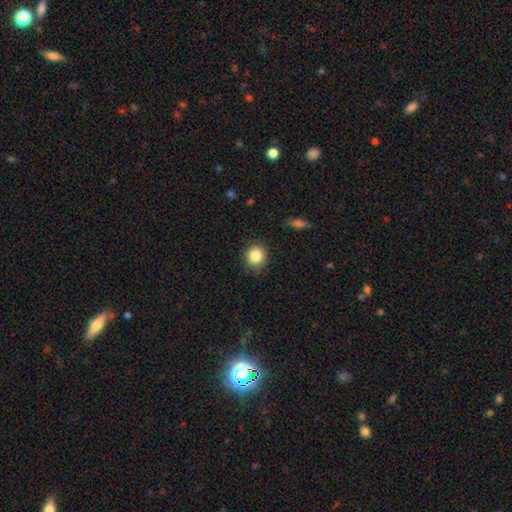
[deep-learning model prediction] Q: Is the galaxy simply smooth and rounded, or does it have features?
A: smooth — 84%.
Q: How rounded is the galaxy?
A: round — 83%.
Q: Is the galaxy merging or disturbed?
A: none — 86%.